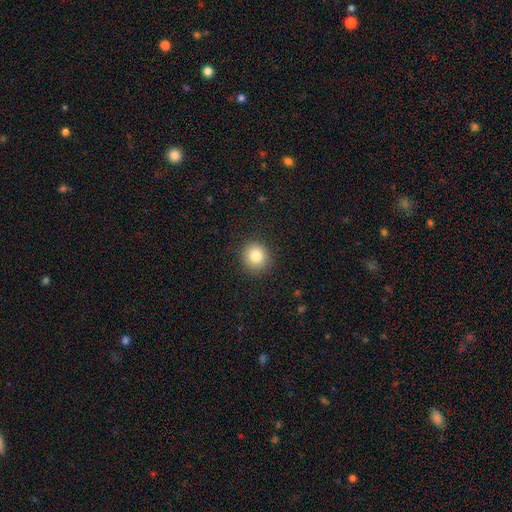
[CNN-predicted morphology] The model was most divided on "smooth or featured": smooth: 83%, star or artifact: 10%, featured or disk: 7%. More confident: merging — none (90%); how rounded — round (88%).